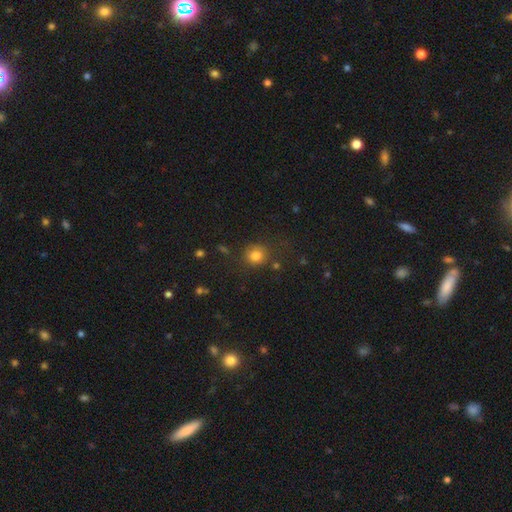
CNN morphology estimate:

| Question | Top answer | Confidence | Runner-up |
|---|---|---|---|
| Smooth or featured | smooth | 81% | star or artifact (13%) |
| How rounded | round | 87% | in between (12%) |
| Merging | none | 78% | minor disturbance (12%) |